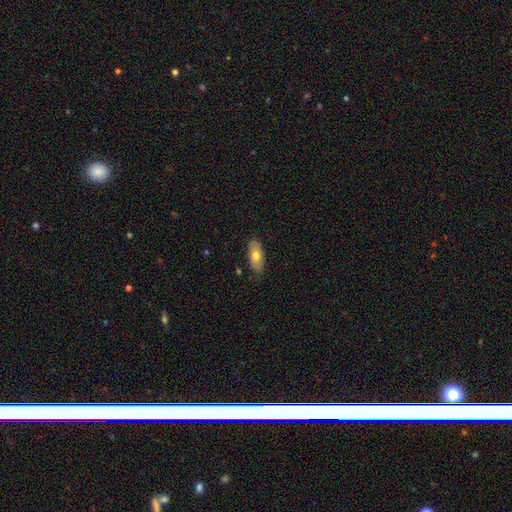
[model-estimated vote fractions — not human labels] Smooth or featured? smooth (71%)
How rounded? in between (88%)
Merging? none (84%)